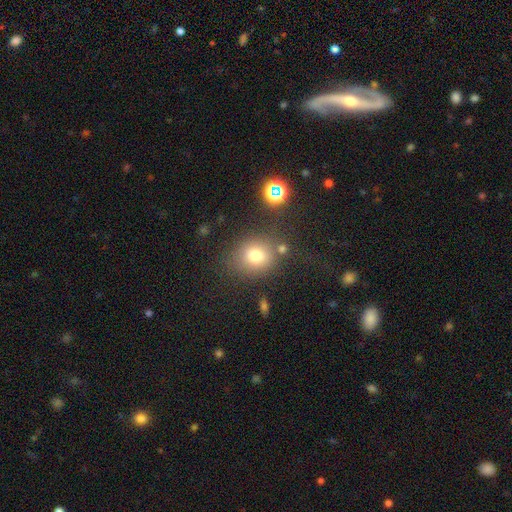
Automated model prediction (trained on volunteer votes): A smooth galaxy with no disk features (75%) that is round (73%). Merging: none (73%).